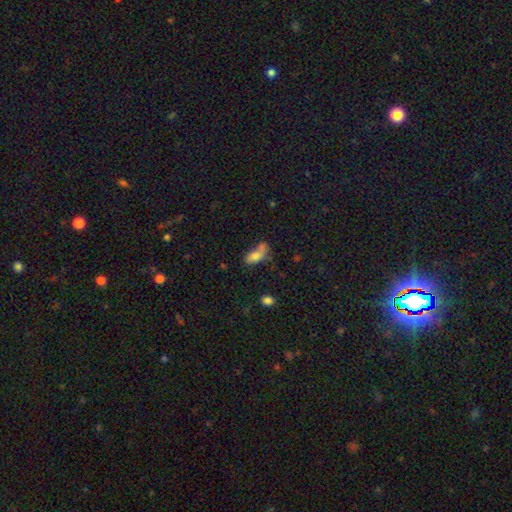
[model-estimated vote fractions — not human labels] This appears to be a smooth galaxy with no disk features (74%) that is in between round and cigar-shaped (84%). Merging: none (32%).